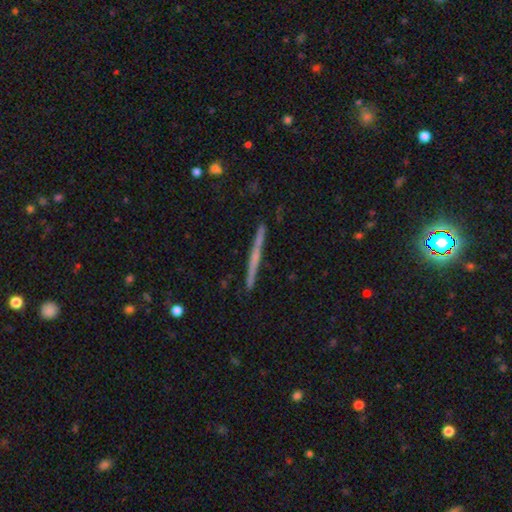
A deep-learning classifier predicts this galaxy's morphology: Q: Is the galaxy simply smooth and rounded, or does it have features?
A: featured or disk — 60%.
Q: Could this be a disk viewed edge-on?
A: yes — 98%.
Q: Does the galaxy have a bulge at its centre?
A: none — 75%.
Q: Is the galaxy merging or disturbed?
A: none — 91%.